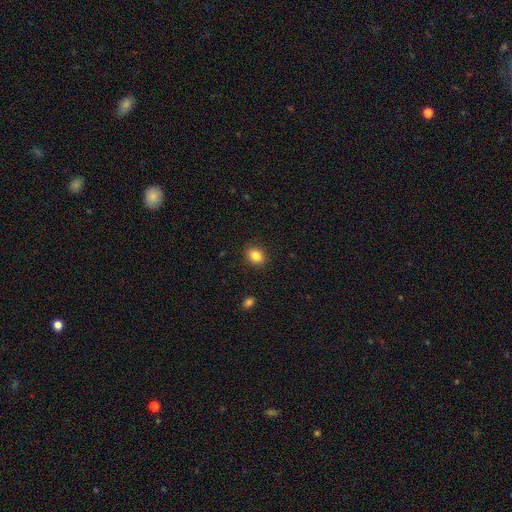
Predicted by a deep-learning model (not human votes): Smooth or featured?
  - smooth: 84% *
  - star or artifact: 10%
  - featured or disk: 6%
How rounded?
  - round: 57% *
  - in between: 42%
  - cigar-shaped: 1%
Merging?
  - none: 89% *
  - minor disturbance: 8%
  - major disturbance: 2%
  - merger: 1%